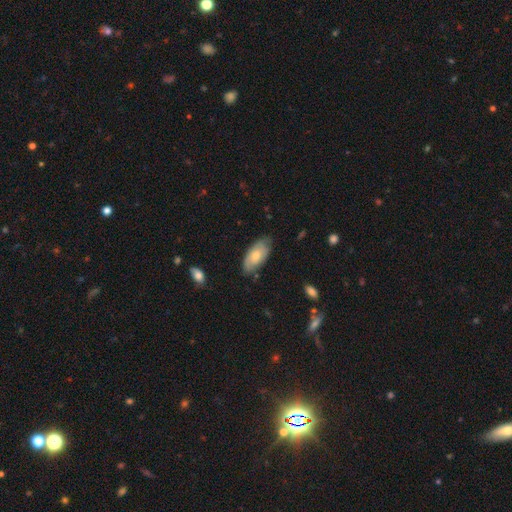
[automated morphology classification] Smooth or featured? smooth (67%)
How rounded? in between (92%)
Merging? none (72%)